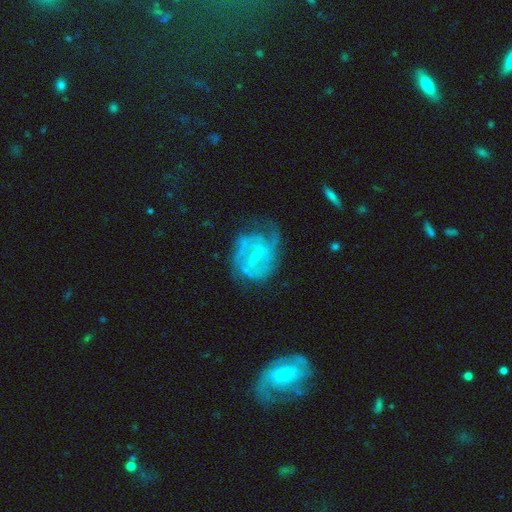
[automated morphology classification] A featured or disk galaxy (80%) with a weak bar (52%), tight (46%) spiral arms (88%) and a small central bulge (73%). Merging: none (51%).